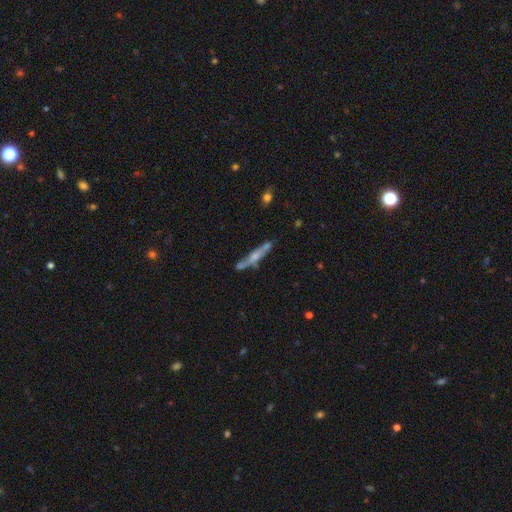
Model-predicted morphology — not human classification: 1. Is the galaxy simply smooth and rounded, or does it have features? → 53% featured or disk, 40% smooth, 6% star or artifact.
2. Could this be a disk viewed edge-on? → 87% yes, 13% no.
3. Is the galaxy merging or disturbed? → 67% none, 18% minor disturbance, 11% merger, 4% major disturbance.